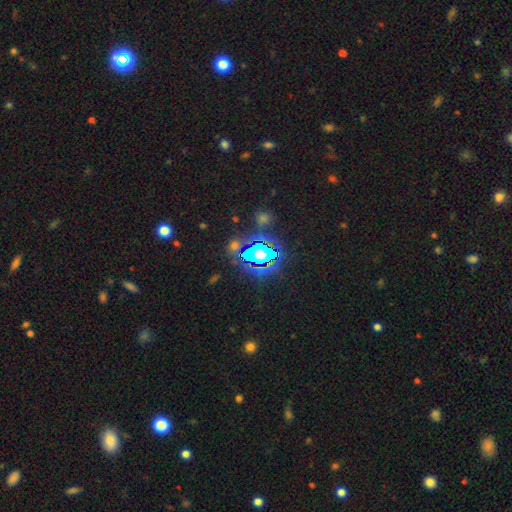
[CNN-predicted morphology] smooth_or_featured: star or artifact (p=0.80) [alt: smooth p=0.12]